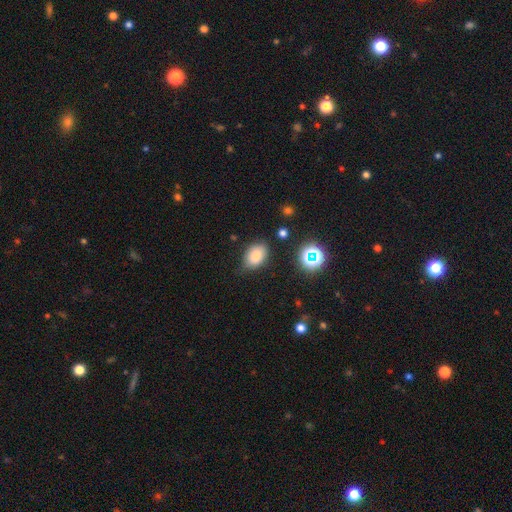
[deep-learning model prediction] A smooth galaxy with no disk features (78%) that is in between round and cigar-shaped (81%). Merging: none (75%).